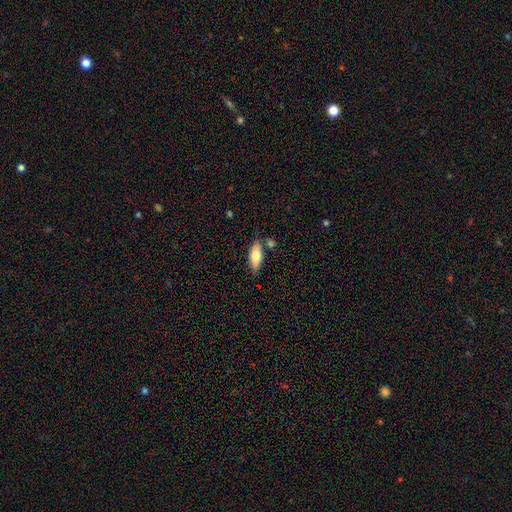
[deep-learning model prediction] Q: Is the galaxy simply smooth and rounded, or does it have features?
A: smooth — 78%.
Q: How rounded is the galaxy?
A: in between — 74%.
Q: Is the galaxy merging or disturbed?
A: none — 77%.